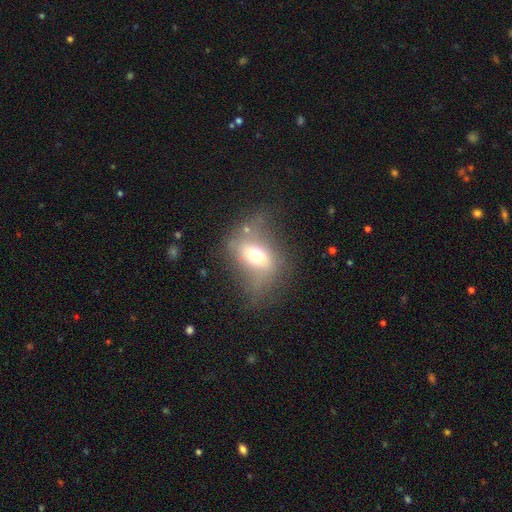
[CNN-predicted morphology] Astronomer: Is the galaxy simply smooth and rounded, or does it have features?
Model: smooth — 54% (runner-up: featured or disk, 32%).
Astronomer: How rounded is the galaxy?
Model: in between — 66%.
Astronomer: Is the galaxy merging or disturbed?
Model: none — 52%.